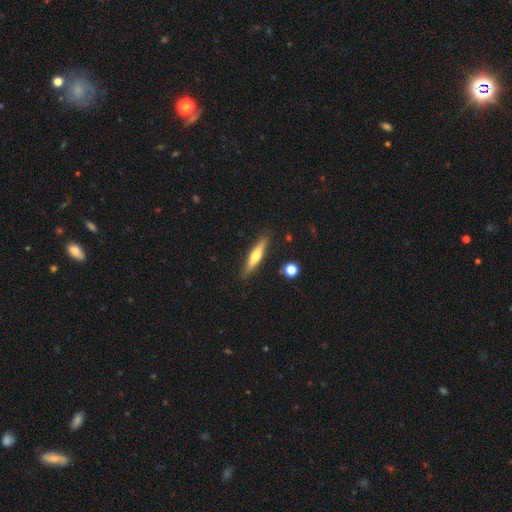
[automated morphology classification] type=smooth (51%); roundness=cigar-shaped (81%); merging=none (86%).